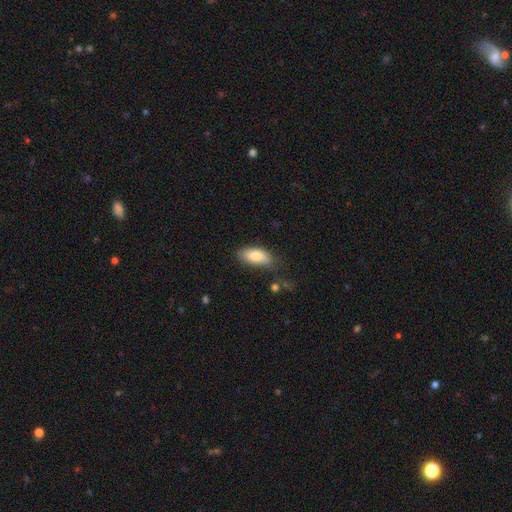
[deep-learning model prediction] Overall: smooth (81%). How rounded: in between (86%). Merging: none (69%).